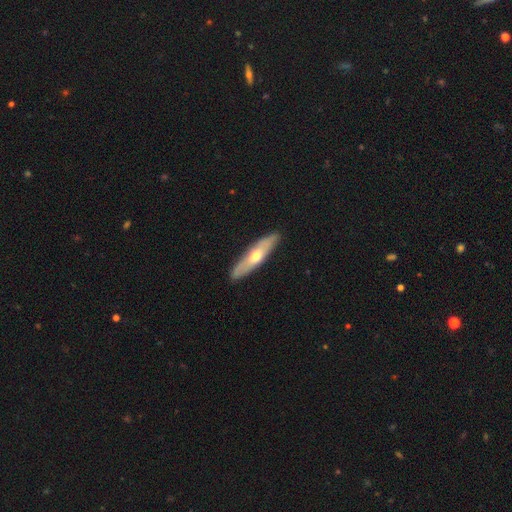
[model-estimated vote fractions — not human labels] smooth-or-featured: featured or disk: 48% (tied) | smooth: 48% (tied) | star or artifact: 5%
  merging: none: 89% | minor disturbance: 8% | major disturbance: 2% | merger: 1%